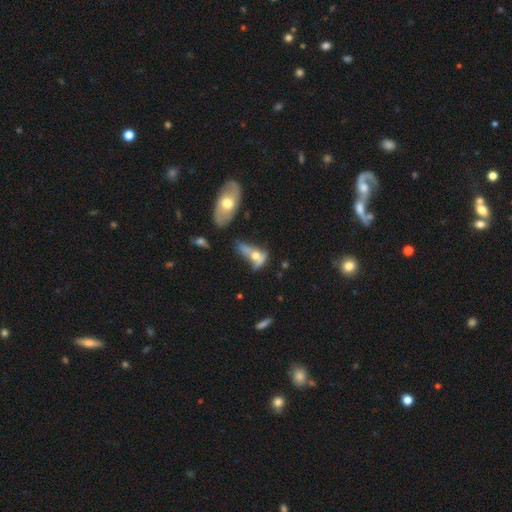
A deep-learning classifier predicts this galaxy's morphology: A smooth galaxy with no disk features (44%, tied with featured or disk). Merging: merger (30%).